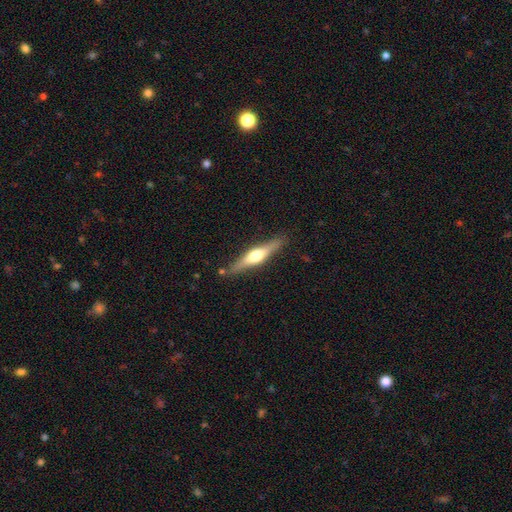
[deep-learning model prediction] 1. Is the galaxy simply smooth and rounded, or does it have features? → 67% featured or disk, 28% smooth, 5% star or artifact.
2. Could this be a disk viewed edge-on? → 96% yes, 4% no.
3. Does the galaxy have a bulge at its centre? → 91% rounded, 6% boxy, 2% none.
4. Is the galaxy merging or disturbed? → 85% none, 10% minor disturbance, 3% merger, 2% major disturbance.